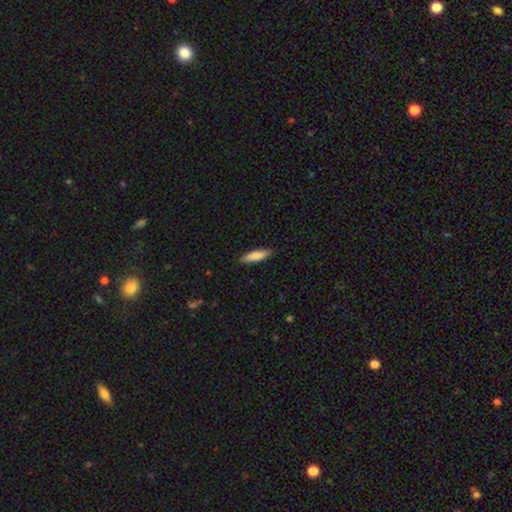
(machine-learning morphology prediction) smooth_or_featured: smooth (p=0.83) [alt: featured or disk p=0.12]
how_rounded: cigar-shaped (p=0.73) [alt: in between p=0.25]
merging: none (p=0.88) [alt: minor disturbance p=0.09]